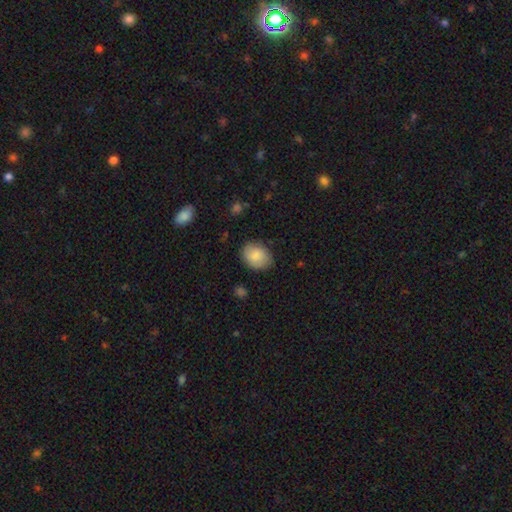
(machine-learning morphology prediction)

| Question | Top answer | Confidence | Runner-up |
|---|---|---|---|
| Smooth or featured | smooth | 85% | featured or disk (8%) |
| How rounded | in between | 58% | round (41%) |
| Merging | none | 81% | minor disturbance (15%) |